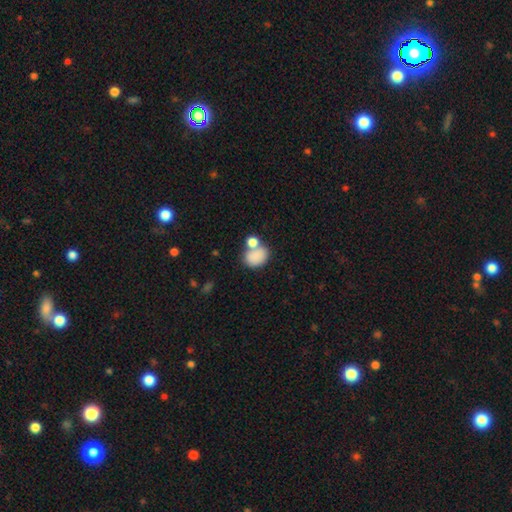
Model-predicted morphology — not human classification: type=smooth (82%); roundness=in between (63%); merging=none (45%).